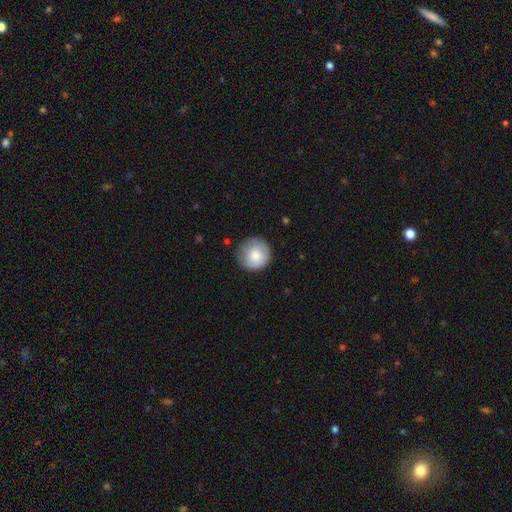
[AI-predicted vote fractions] Smooth or featured? smooth (79%)
How rounded? round (94%)
Merging? none (79%)